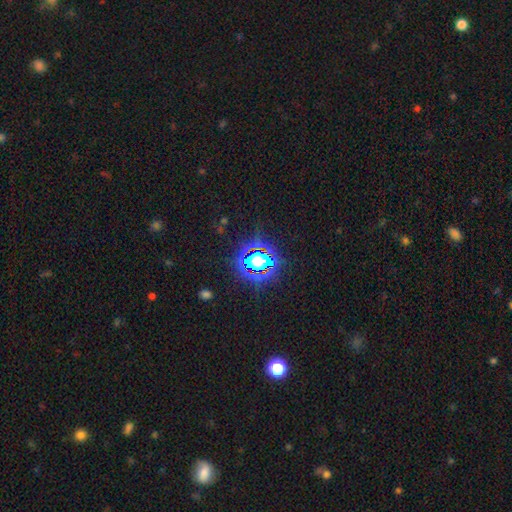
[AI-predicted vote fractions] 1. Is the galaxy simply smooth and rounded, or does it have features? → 79% star or artifact, 13% smooth, 8% featured or disk.